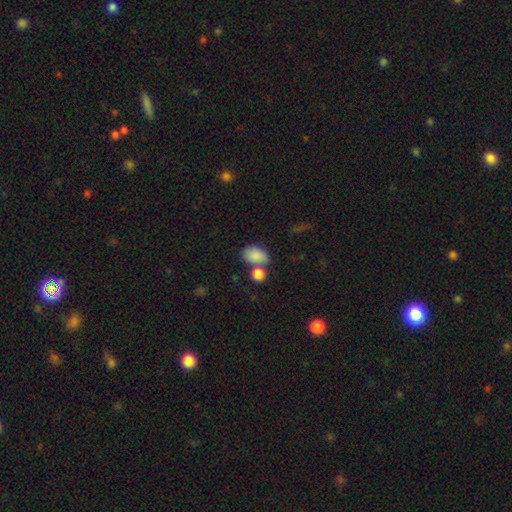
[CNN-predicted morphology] Smooth or featured?
  - smooth: 85% *
  - star or artifact: 8%
  - featured or disk: 7%
How rounded?
  - in between: 84% *
  - round: 15%
  - cigar-shaped: 1%
Merging?
  - none: 49% *
  - merger: 31%
  - minor disturbance: 14%
  - major disturbance: 5%